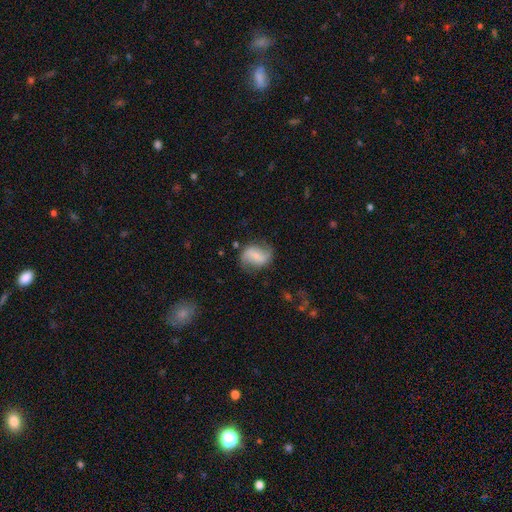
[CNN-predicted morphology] A featured or disk galaxy (56%) with a weak bar (39%), spiral arms (85%) and a small central bulge (49%).

Vote fractions:
- Smooth or featured? featured or disk: 56% / smooth: 36% / star or artifact: 8%
- Edge-on disk? no: 96% / yes: 4%
- Bar? weak: 39% / strong: 31% / no: 29%
- Spiral arms? yes: 85% / no: 15%
- Bulge size? small: 49% / none: 25% / moderate: 21% / large: 4% / dominant: 2%
- Merging? none: 66% / minor disturbance: 22% / major disturbance: 10% / merger: 2%